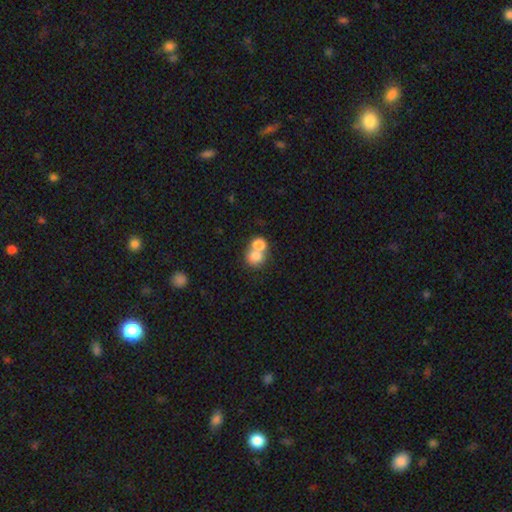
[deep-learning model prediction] Morphology: type=smooth (75%); roundness=round (71%); merging=merger (64%).